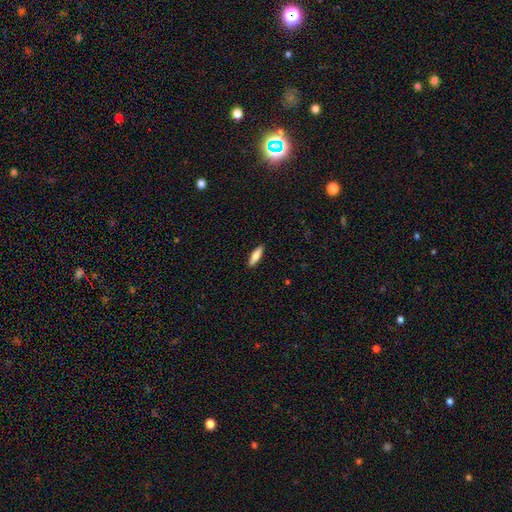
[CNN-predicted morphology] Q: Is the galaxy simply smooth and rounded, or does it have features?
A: smooth — 75%.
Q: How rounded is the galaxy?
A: cigar-shaped — 60%.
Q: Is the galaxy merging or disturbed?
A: none — 90%.